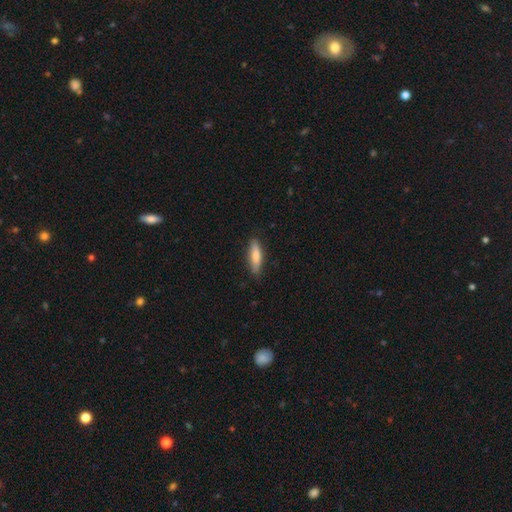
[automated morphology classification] This appears to be a smooth galaxy with no disk features (75%) that is cigar-shaped (66%). Merging: none (86%).